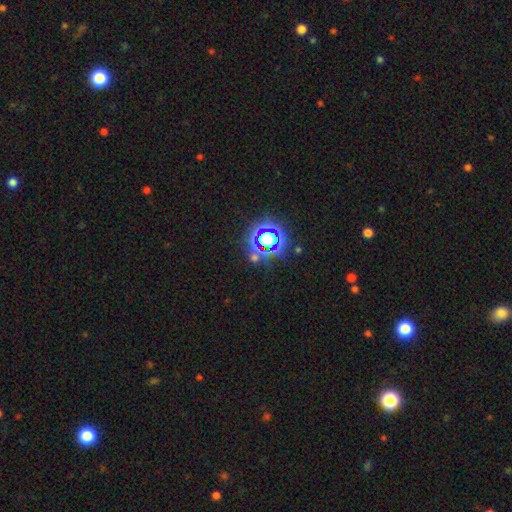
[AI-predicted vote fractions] This appears to be a star or artifact, not a galaxy (73%).